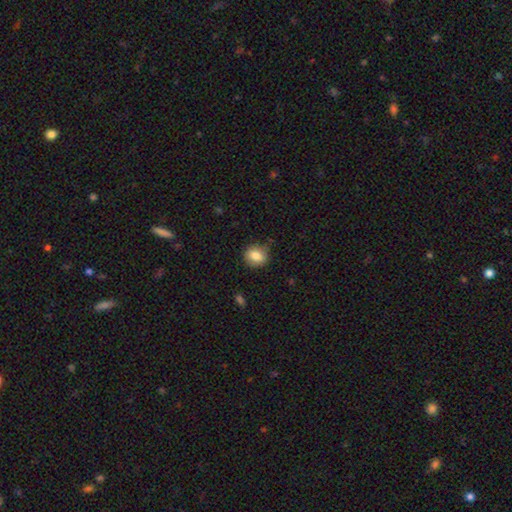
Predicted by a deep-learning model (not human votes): smooth 82%, featured or disk 9%, star or artifact 9%. Down the decision tree: how rounded — round (73%); merging — none (83%).